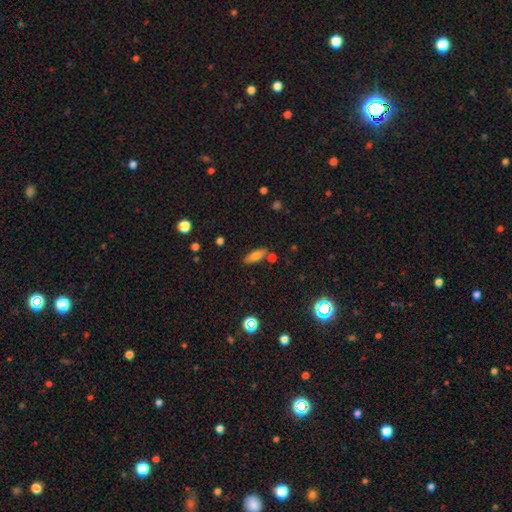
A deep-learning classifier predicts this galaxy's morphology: type=smooth (71%); roundness=in between (68%); merging=none (74%).